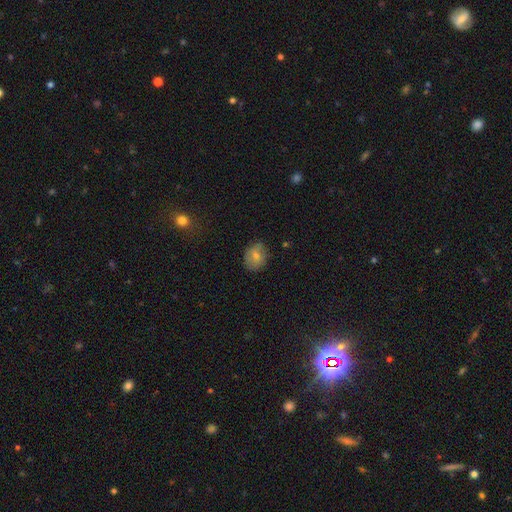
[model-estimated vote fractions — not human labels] Overall: smooth (65%). How rounded: in between (56%; round 43%). Merging: none (79%).